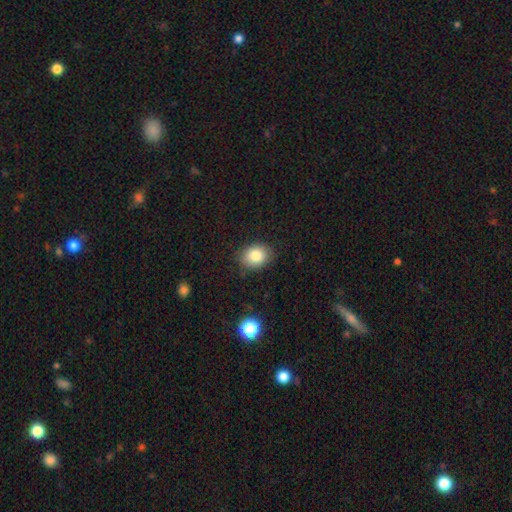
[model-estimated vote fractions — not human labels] Smooth or featured? smooth (82%)
How rounded? round (52%)
Merging? none (84%)